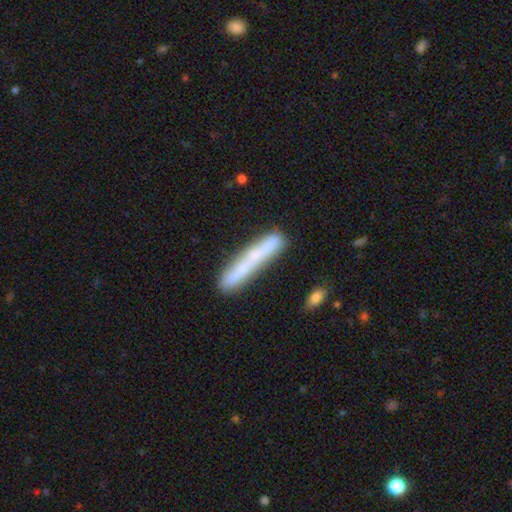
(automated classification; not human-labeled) smooth-or-featured: smooth: 51% | featured or disk: 41% | star or artifact: 8%
  how-rounded: cigar-shaped: 94% | in between: 4% | round: 2%
  merging: none: 73% | minor disturbance: 16% | merger: 7% | major disturbance: 4%